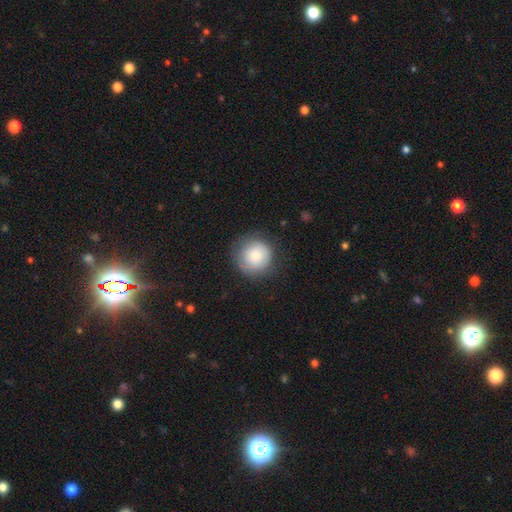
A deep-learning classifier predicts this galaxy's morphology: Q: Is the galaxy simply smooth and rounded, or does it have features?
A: smooth — 81%.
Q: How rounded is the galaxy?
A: round — 94%.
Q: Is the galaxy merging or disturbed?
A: none — 79%.